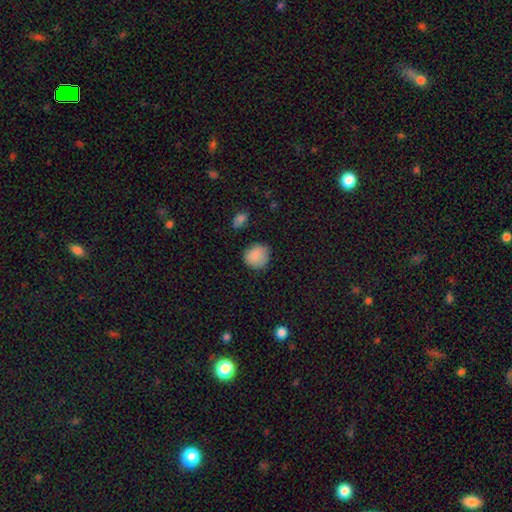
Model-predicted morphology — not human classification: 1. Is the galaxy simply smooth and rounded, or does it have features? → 87% smooth, 9% star or artifact, 5% featured or disk.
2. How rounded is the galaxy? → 83% round, 16% in between, 1% cigar-shaped.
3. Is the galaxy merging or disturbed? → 76% none, 18% minor disturbance, 4% major disturbance, 2% merger.